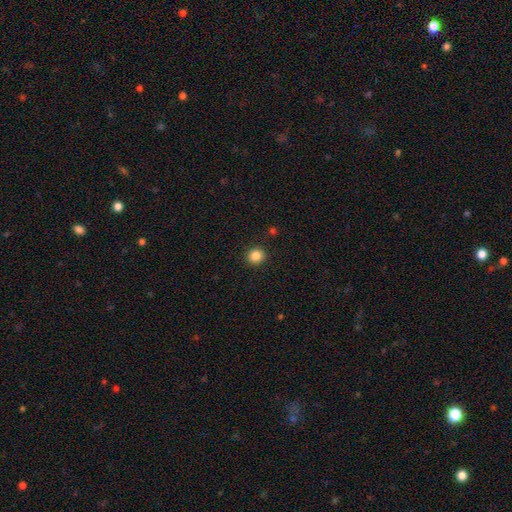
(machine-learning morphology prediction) This appears to be a smooth galaxy with no disk features (85%) that is round (90%). Merging: none (92%).